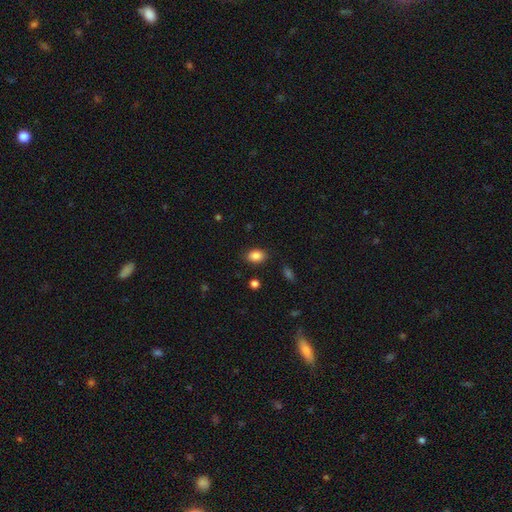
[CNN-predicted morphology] smooth 87%, star or artifact 9%, featured or disk 4%. Down the decision tree: how rounded — in between (77%); merging — none (86%).